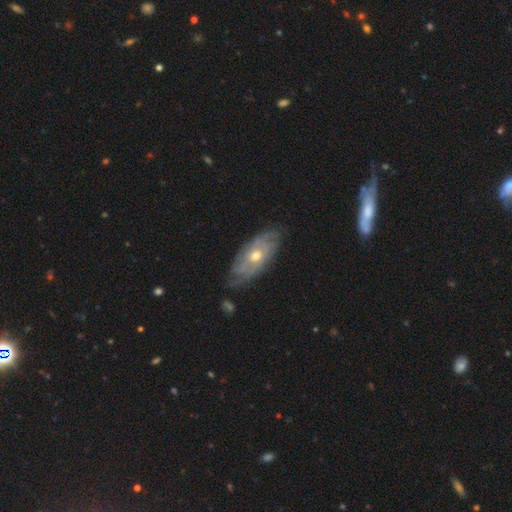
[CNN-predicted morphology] Smooth or featured?
  - featured or disk: 75% *
  - smooth: 18%
  - star or artifact: 7%
Edge-on disk?
  - no: 86% *
  - yes: 14%
Bar?
  - no: 77% *
  - weak: 19%
  - strong: 4%
Spiral arms?
  - yes: 79% *
  - no: 21%
Spiral winding?
  - tight: 66% *
  - medium: 25%
  - loose: 9%
Spiral arm count?
  - can't tell: 59% *
  - 2: 18%
  - 3: 9%
  - 4: 6%
  - more than 4: 4%
  - 1: 4%
Bulge size?
  - moderate: 66% *
  - small: 30%
  - large: 2%
  - none: 1%
  - dominant: 1%
Merging?
  - none: 74% *
  - minor disturbance: 20%
  - major disturbance: 5%
  - merger: 2%